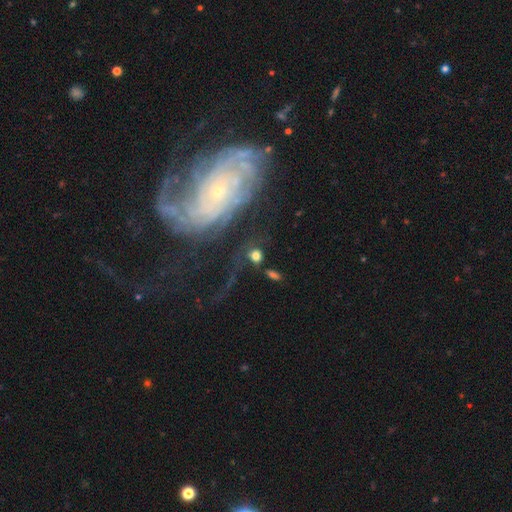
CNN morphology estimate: Overall: smooth (64%). How rounded: round (64%; in between 33%). Merging: none (59%).